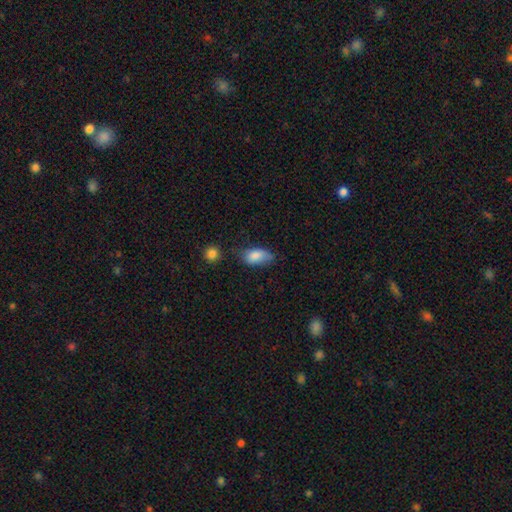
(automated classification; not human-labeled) smooth-or-featured: smooth: 83% | featured or disk: 9% | star or artifact: 8%
  how-rounded: in between: 91% | round: 5% | cigar-shaped: 4%
  merging: none: 51% | minor disturbance: 34% | major disturbance: 10% | merger: 6%